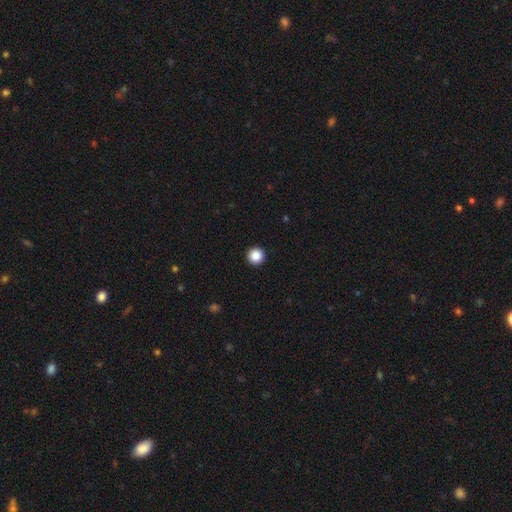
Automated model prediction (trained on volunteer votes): smooth_or_featured: smooth (p=0.87) [alt: star or artifact p=0.10]
how_rounded: round (p=0.97) [alt: in between p=0.02]
merging: none (p=0.94) [alt: minor disturbance p=0.03]